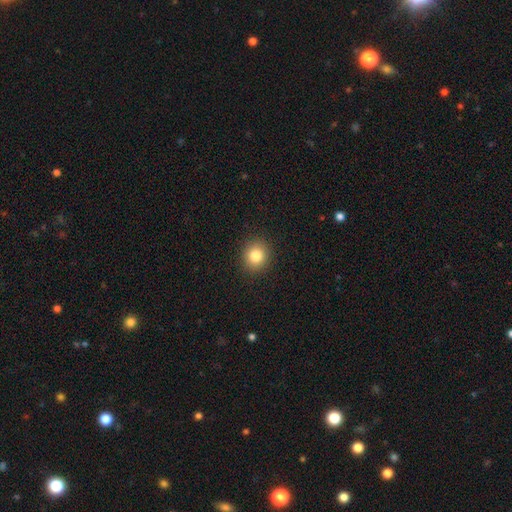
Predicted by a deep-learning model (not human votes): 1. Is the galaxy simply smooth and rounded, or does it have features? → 83% smooth, 10% star or artifact, 7% featured or disk.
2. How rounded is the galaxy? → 82% round, 17% in between, 1% cigar-shaped.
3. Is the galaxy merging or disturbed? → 91% none, 6% minor disturbance, 2% major disturbance, 1% merger.